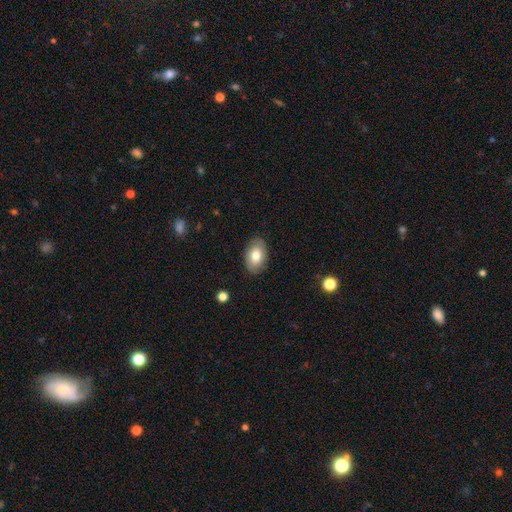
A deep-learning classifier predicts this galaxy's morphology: Smooth or featured: smooth — 76% (featured or disk — 17%)
How rounded: in between — 90% (round — 9%)
Merging: none — 85% (minor disturbance — 11%)